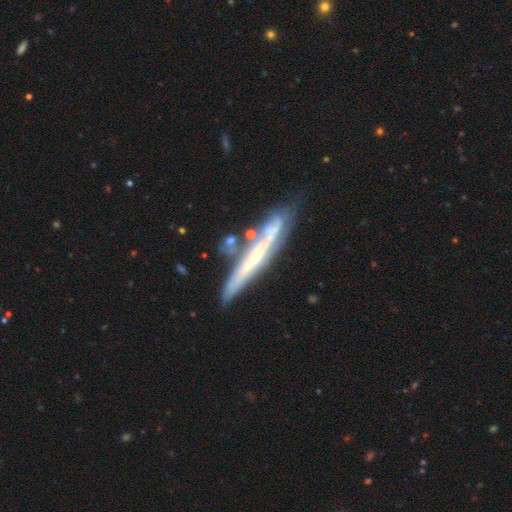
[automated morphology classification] This appears to be a featured or disk galaxy (72%) viewed edge-on (81%) with no central bulge (52%). Merging: none (65%).